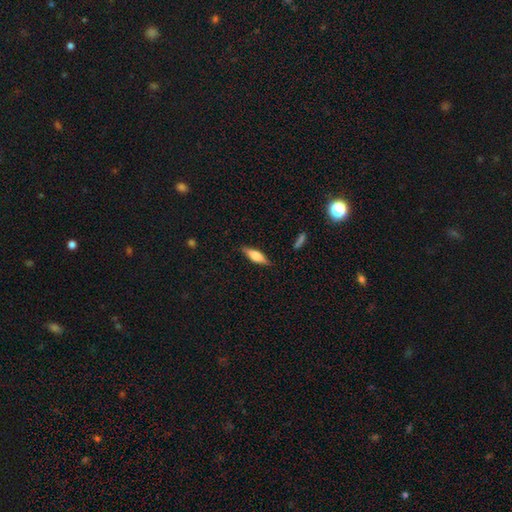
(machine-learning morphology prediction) smooth 56%, featured or disk 37%, star or artifact 6%. Down the decision tree: how rounded — cigar-shaped (52%); merging — none (85%).